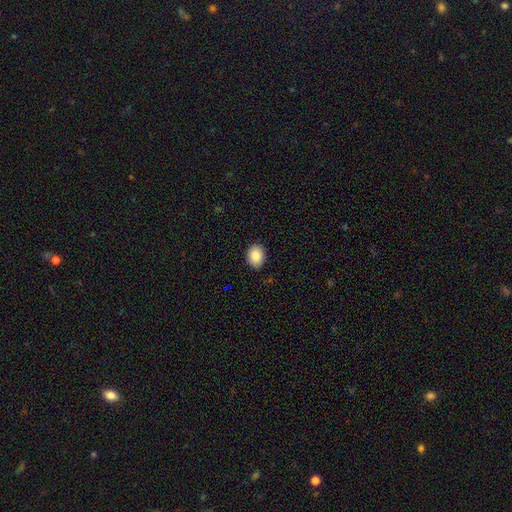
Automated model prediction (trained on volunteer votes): Smooth or featured: smooth — 87% (star or artifact — 8%)
How rounded: in between — 64% (round — 35%)
Merging: none — 90% (minor disturbance — 8%)